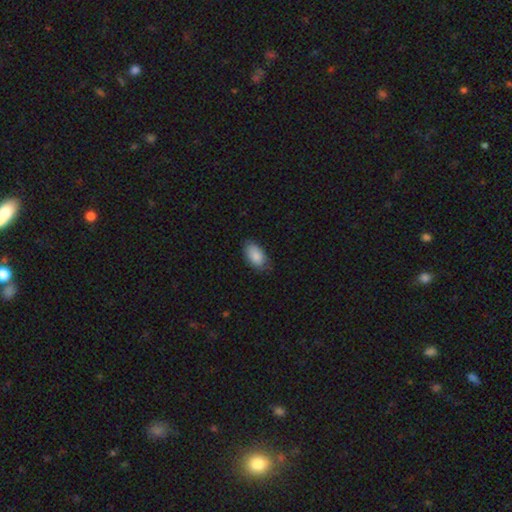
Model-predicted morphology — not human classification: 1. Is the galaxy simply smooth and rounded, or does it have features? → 87% smooth, 7% featured or disk, 6% star or artifact.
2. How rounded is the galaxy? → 94% in between, 4% round, 2% cigar-shaped.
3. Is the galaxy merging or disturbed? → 73% none, 22% minor disturbance, 4% major disturbance, 1% merger.